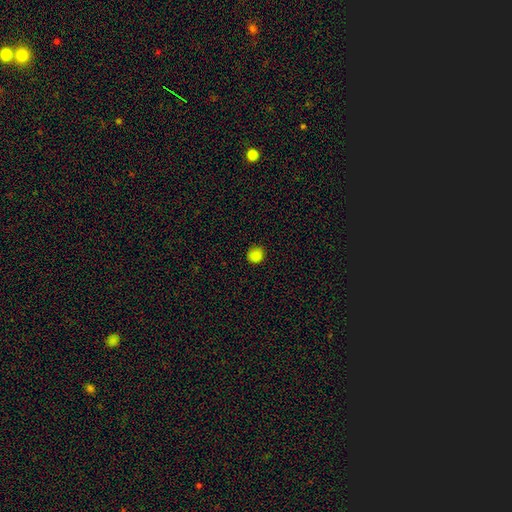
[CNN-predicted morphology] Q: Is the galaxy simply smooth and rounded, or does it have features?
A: smooth — 85%.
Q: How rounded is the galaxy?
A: round — 91%.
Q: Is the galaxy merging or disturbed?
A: none — 90%.